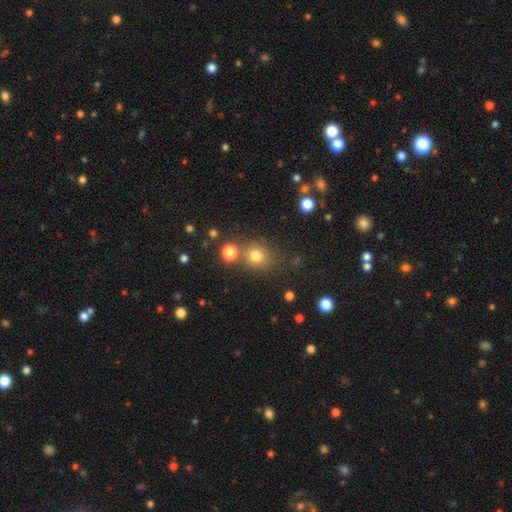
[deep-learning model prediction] smooth-or-featured: smooth: 76% | star or artifact: 17% | featured or disk: 8%
  how-rounded: round: 76% | in between: 23% | cigar-shaped: 1%
  merging: none: 71% | merger: 12% | minor disturbance: 12% | major disturbance: 5%